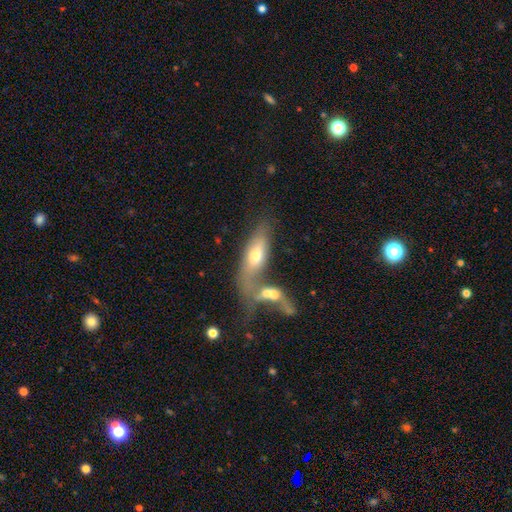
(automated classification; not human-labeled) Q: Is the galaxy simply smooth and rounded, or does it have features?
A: smooth — 50%.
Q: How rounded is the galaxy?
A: in between — 62%.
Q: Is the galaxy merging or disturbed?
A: merger — 58%.